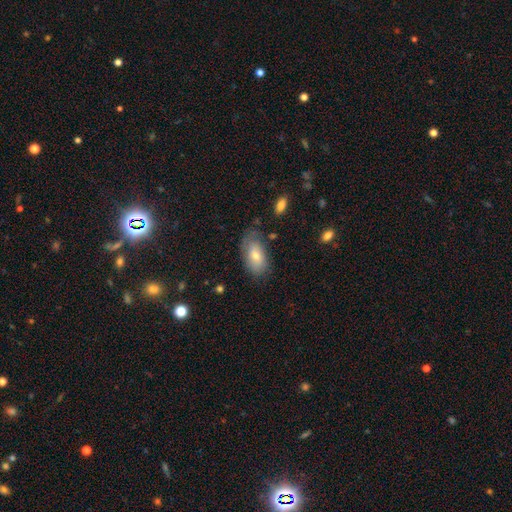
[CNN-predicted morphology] This appears to be a smooth galaxy with no disk features (68%) that is in between round and cigar-shaped (92%). Merging: none (62%).